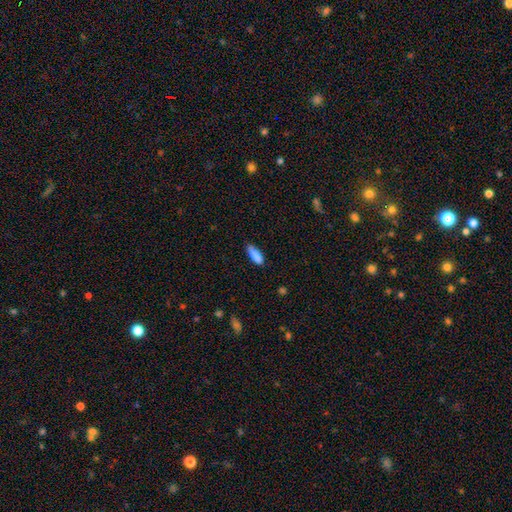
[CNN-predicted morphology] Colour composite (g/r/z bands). It shows a smooth galaxy with no disk features (86%) that is cigar-shaped (49%, tied with in between). Merging: none (75%).